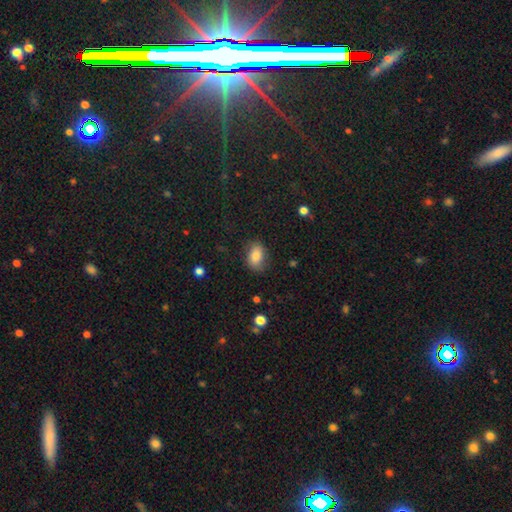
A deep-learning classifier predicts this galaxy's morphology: smooth 82%, featured or disk 10%, star or artifact 9%. Down the decision tree: how rounded — in between (82%); merging — none (79%).